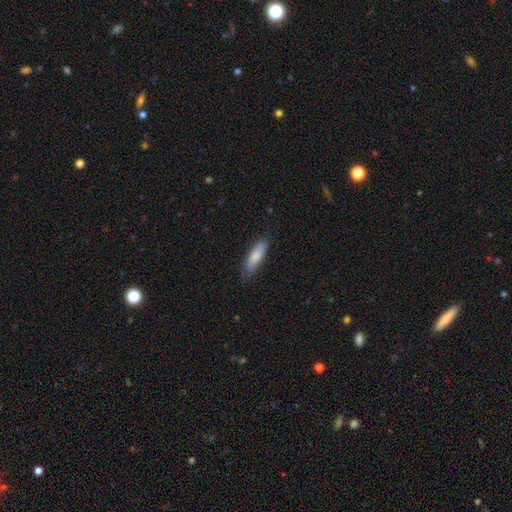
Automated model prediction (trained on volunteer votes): The model was most divided on "how rounded": cigar-shaped: 54%, in between: 45%, round: 2%. More confident: smooth or featured — smooth (81%); merging — none (78%).